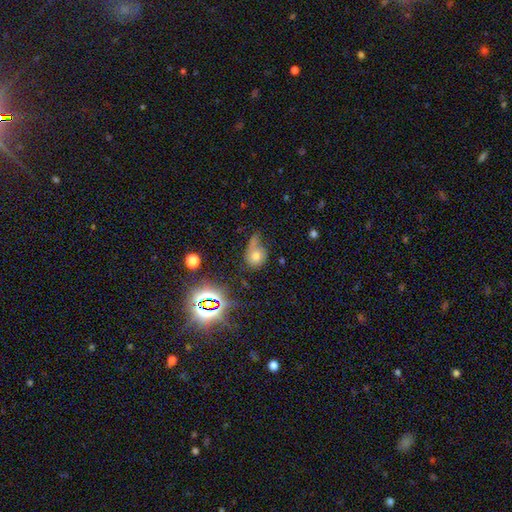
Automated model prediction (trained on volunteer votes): smooth 58%, star or artifact 22%, featured or disk 20%. Down the decision tree: how rounded — round (61%); merging — none (36%).